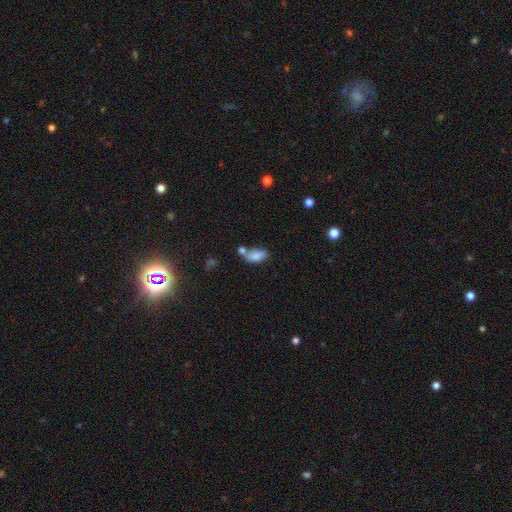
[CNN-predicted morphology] This appears to be a smooth galaxy with no disk features (79%) that is in between round and cigar-shaped (90%). Merging: none (44%).